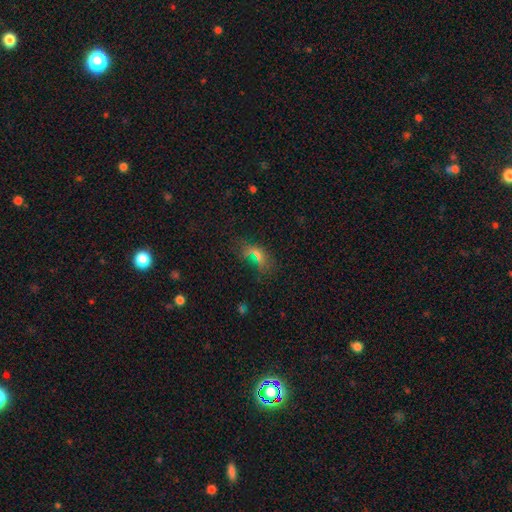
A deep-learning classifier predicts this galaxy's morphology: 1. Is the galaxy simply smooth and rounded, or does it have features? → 48% smooth, 35% star or artifact, 17% featured or disk.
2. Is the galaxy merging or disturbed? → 51% none, 21% major disturbance, 20% minor disturbance, 8% merger.